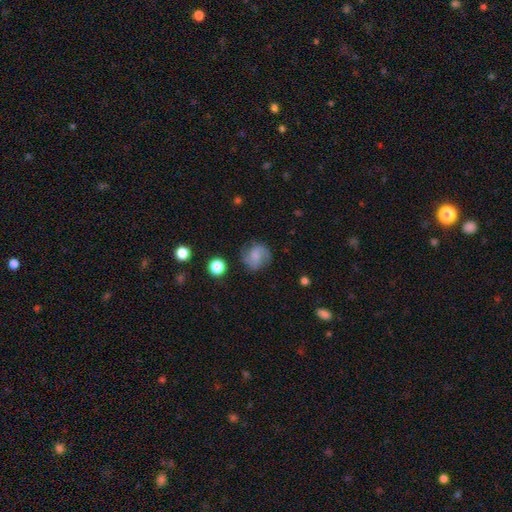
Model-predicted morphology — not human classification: featured or disk 51%, smooth 39%, star or artifact 10%. Down the decision tree: edge-on disk — no (98%); bar — no (61%); spiral arms — yes (91%); bulge size — small (45%); merging — none (72%).